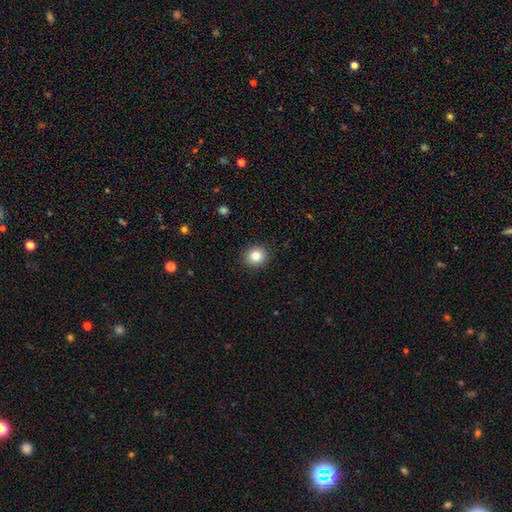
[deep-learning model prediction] A smooth galaxy with no disk features (83%) that is round (83%). Merging: none (91%).